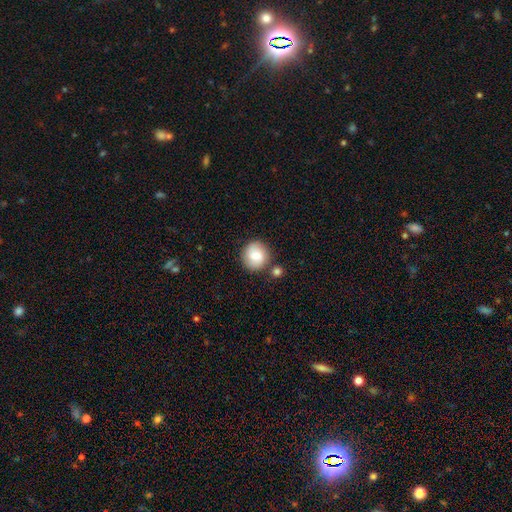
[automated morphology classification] smooth 78%, featured or disk 14%, star or artifact 7%. Down the decision tree: how rounded — round (90%); merging — none (76%).